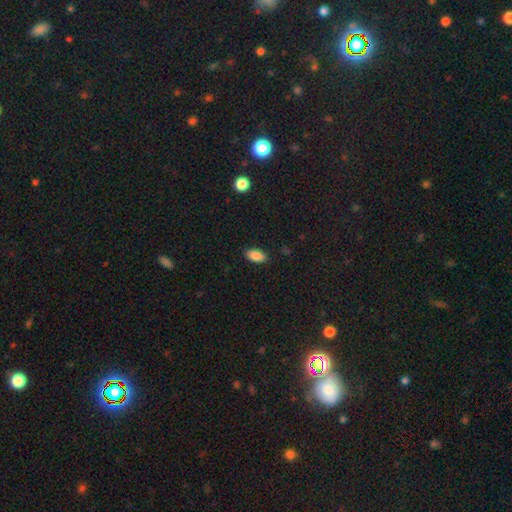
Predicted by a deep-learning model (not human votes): smooth 88%, star or artifact 8%, featured or disk 4%. Down the decision tree: how rounded — in between (93%); merging — none (87%).